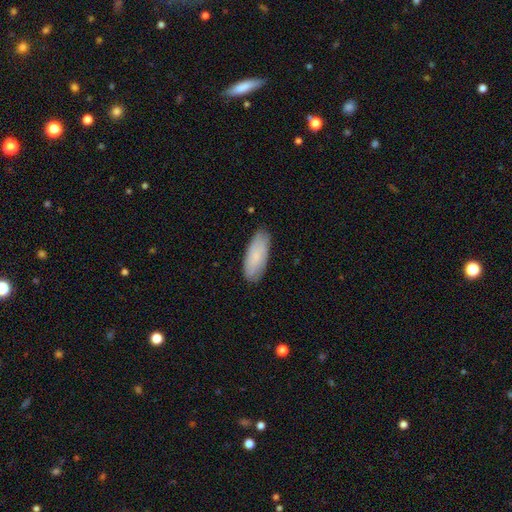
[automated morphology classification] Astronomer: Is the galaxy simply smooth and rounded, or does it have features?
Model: smooth — 74%.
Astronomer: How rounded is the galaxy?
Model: in between — 77%.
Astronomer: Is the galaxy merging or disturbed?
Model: none — 85%.